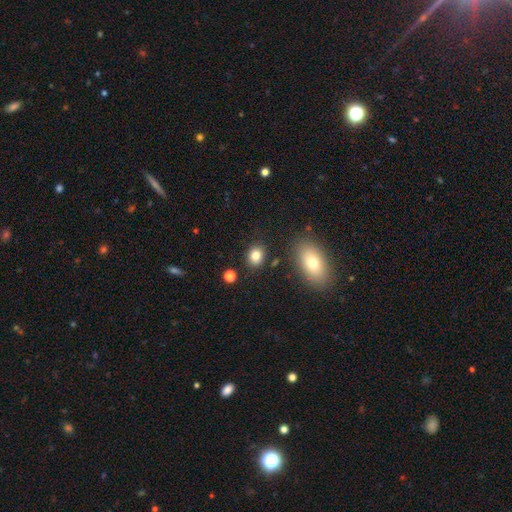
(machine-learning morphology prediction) Q: Smooth or featured?
A: smooth (82%); runner-up: star or artifact (11%)
Q: How rounded?
A: round (50%); runner-up: in between (49%)
Q: Merging?
A: none (84%); runner-up: minor disturbance (9%)